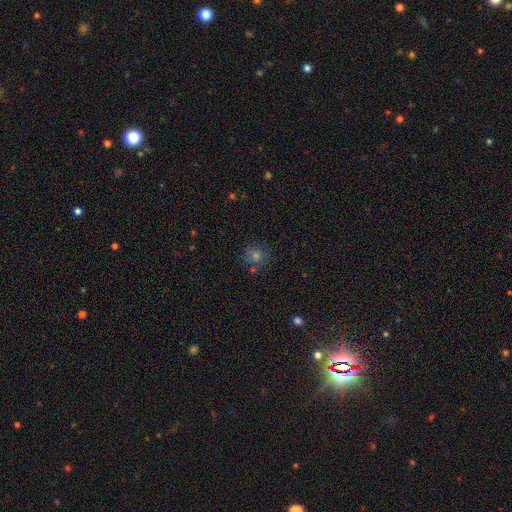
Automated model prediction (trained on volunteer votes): Overall: smooth (60%; star or artifact 27%). How rounded: round (89%). Merging: none (79%).